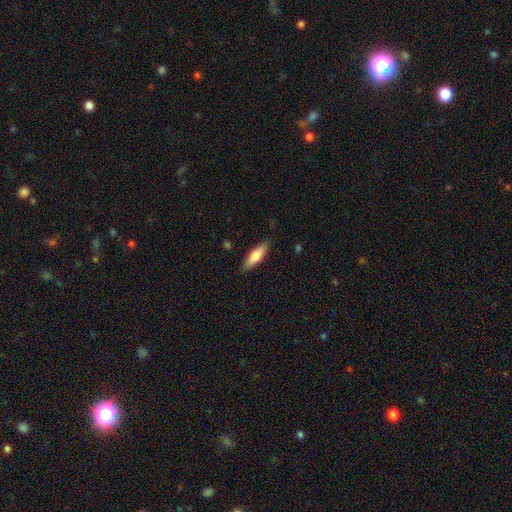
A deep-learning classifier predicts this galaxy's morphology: Smooth or featured? Predicted: smooth (p=0.70). How rounded? Predicted: cigar-shaped (p=0.53). Merging? Predicted: none (p=0.85).